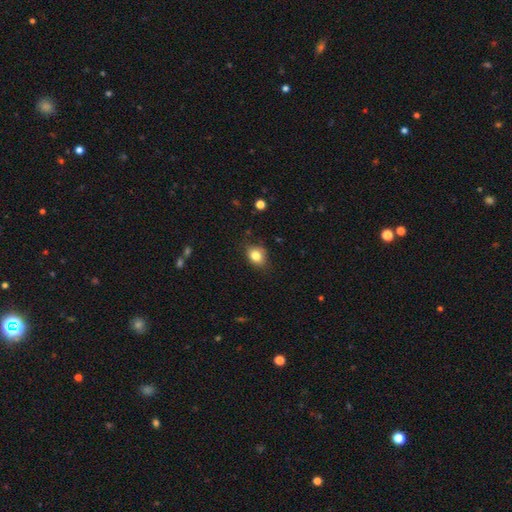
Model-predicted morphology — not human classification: This is clearly a smooth galaxy (82%). How rounded: possibly in between (55%). Merging: likely none (74%).